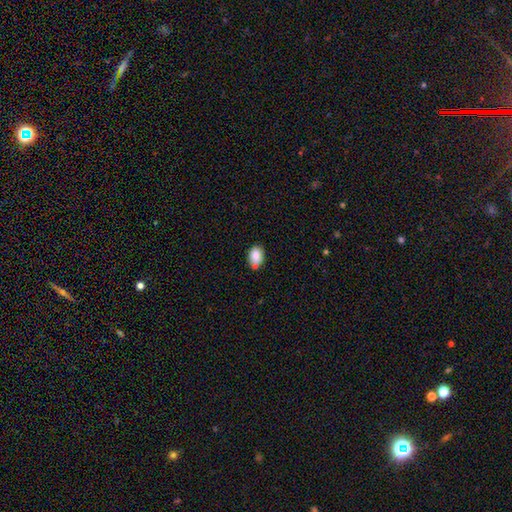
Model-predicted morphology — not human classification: smooth_or_featured: smooth (p=0.85) [alt: star or artifact p=0.08]
how_rounded: in between (p=0.81) [alt: round p=0.17]
merging: none (p=0.63) [alt: minor disturbance p=0.21]